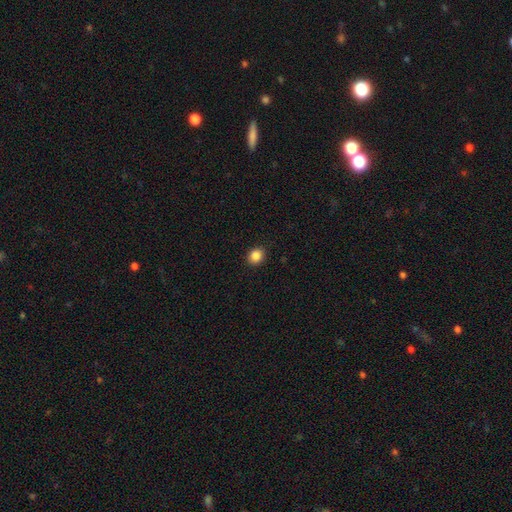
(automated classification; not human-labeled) Overall: smooth (86%). How rounded: round (71%). Merging: none (91%).